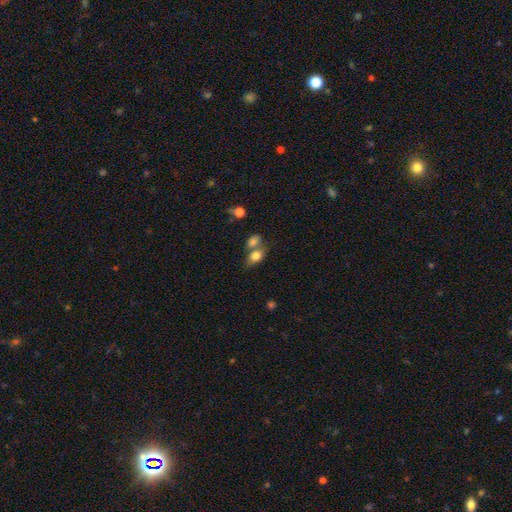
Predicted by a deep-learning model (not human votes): Morphology: type=smooth (79%); roundness=in between (81%); merging=merger (46%).